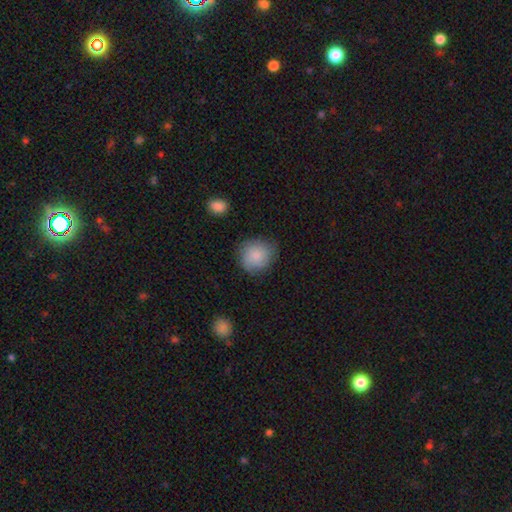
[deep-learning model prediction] Smooth or featured?
  - smooth: 84% *
  - featured or disk: 9%
  - star or artifact: 7%
How rounded?
  - round: 85% *
  - in between: 14%
  - cigar-shaped: 1%
Merging?
  - none: 75% *
  - minor disturbance: 19%
  - major disturbance: 4%
  - merger: 2%